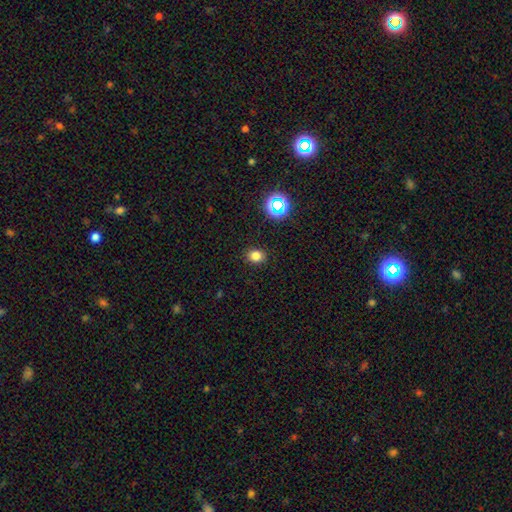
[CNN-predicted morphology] Smooth or featured? Predicted: smooth (p=0.78). How rounded? Predicted: round (p=0.55). Merging? Predicted: none (p=0.89).